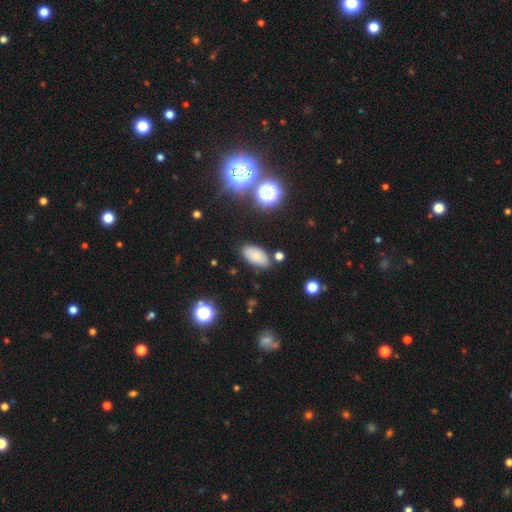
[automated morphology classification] A smooth galaxy with no disk features (77%) that is in between round and cigar-shaped (93%). Merging: none (83%).